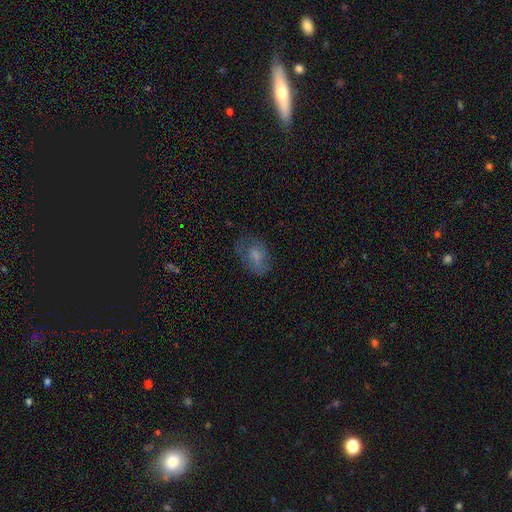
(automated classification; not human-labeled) Q: Smooth or featured?
A: smooth (63%); runner-up: featured or disk (26%)
Q: How rounded?
A: in between (82%); runner-up: round (16%)
Q: Merging?
A: none (58%); runner-up: minor disturbance (25%)